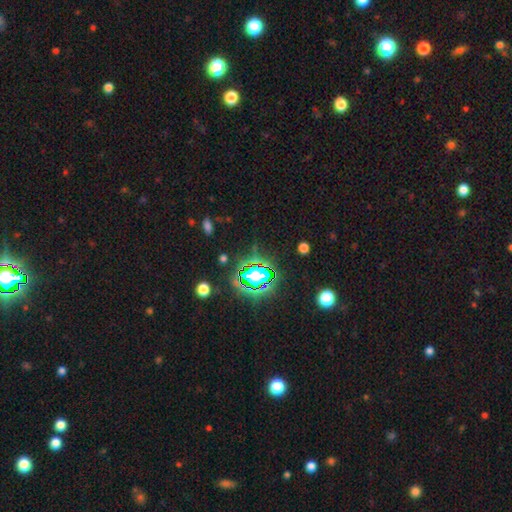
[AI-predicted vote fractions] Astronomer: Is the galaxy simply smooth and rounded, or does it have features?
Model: star or artifact — 81%.